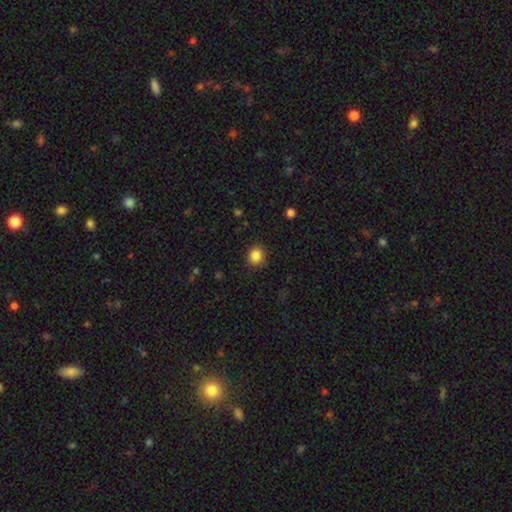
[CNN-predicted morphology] Smooth or featured? Predicted: smooth (p=0.86). How rounded? Predicted: round (p=0.76). Merging? Predicted: none (p=0.89).